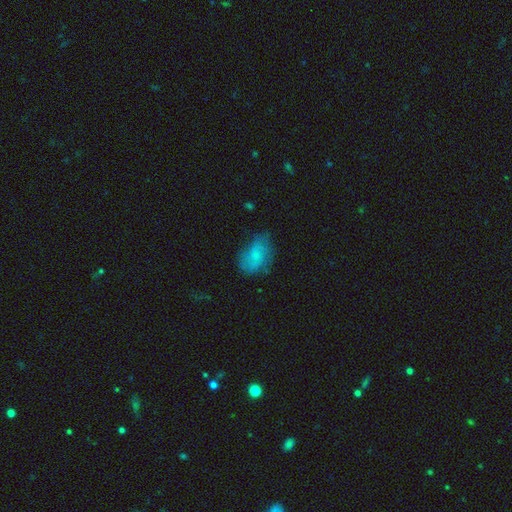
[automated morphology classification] A smooth galaxy with no disk features (62%) that is in between round and cigar-shaped (82%).

Vote fractions:
- Smooth or featured? smooth: 62% / featured or disk: 28% / star or artifact: 9%
- How rounded? in between: 82% / round: 17% / cigar-shaped: 2%
- Merging? none: 57% / minor disturbance: 29% / major disturbance: 12% / merger: 2%